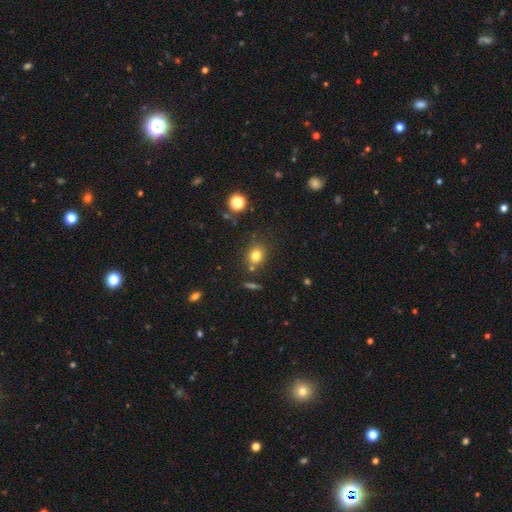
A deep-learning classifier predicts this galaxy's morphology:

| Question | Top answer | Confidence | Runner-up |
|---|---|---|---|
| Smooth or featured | smooth | 77% | star or artifact (15%) |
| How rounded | round | 70% | in between (29%) |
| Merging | none | 77% | minor disturbance (12%) |